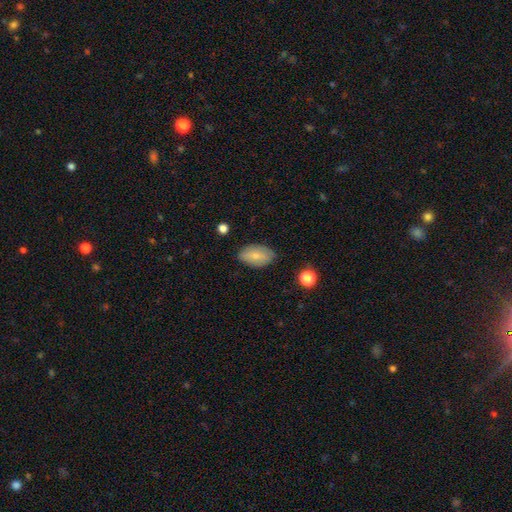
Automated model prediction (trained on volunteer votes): smooth_or_featured: smooth (p=0.74) [alt: featured or disk p=0.19]
how_rounded: in between (p=0.93) [alt: round p=0.05]
merging: none (p=0.78) [alt: minor disturbance p=0.17]